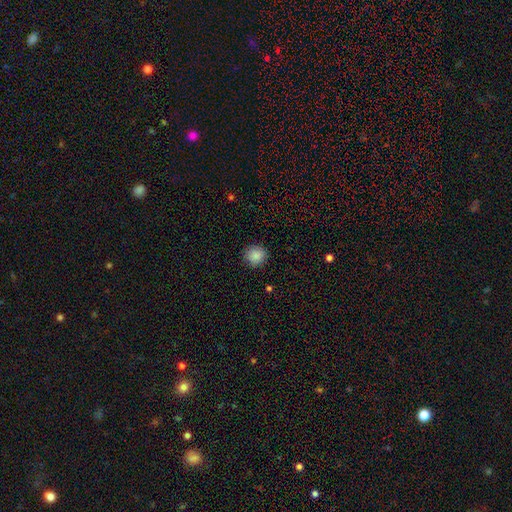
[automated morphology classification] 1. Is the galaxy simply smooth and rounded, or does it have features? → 88% smooth, 9% star or artifact, 3% featured or disk.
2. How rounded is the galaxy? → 92% round, 7% in between, 1% cigar-shaped.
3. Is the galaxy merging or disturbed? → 90% none, 7% minor disturbance, 2% major disturbance, 1% merger.